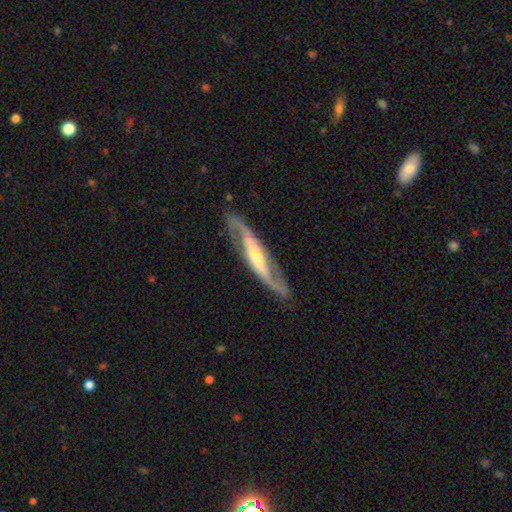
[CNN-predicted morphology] Smooth or featured: featured or disk — 89% (smooth — 7%)
Edge-on disk: no — 79% (yes — 21%)
Bar: strong — 48% (weak — 29%)
Spiral arms: yes — 97% (no — 3%)
Spiral winding: loose — 43% (medium — 42%)
Spiral arm count: 2 — 93% (can't tell — 2%)
Bulge size: small — 48% (moderate — 42%)
Merging: none — 82% (minor disturbance — 12%)